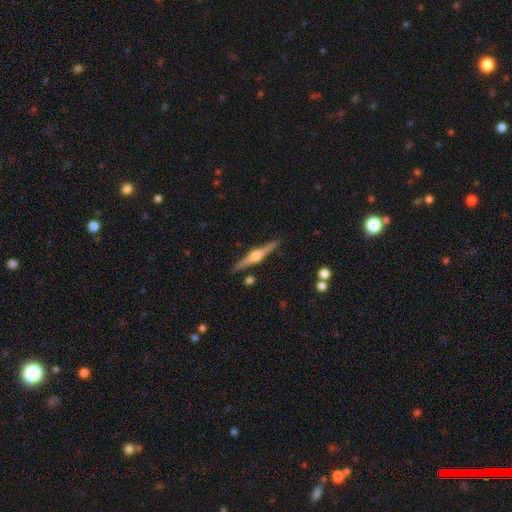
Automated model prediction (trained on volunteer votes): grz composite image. It shows a featured or disk galaxy (83%) viewed edge-on (98%) with a rounded central bulge (92%). Merging: none (90%).